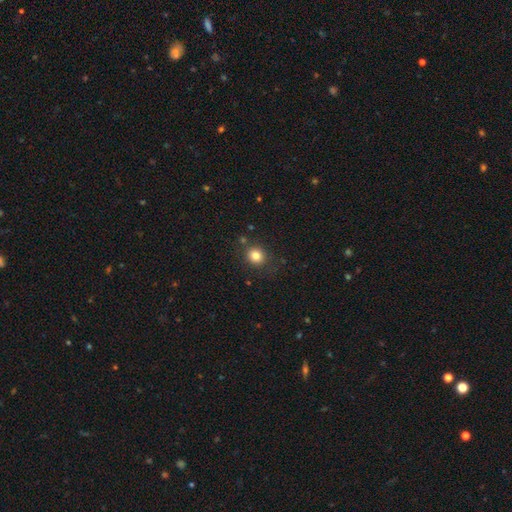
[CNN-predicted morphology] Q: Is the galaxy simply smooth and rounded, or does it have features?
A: smooth — 82%.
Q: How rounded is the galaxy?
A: round — 80%.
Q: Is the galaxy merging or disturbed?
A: none — 82%.